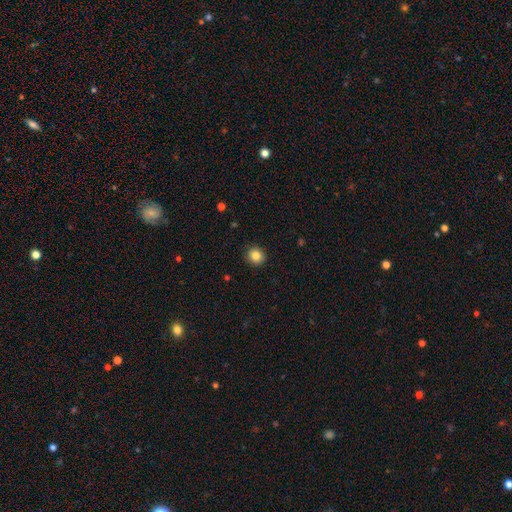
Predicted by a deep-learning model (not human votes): Q: Smooth or featured?
A: smooth (85%); runner-up: star or artifact (10%)
Q: How rounded?
A: round (88%); runner-up: in between (11%)
Q: Merging?
A: none (91%); runner-up: minor disturbance (6%)